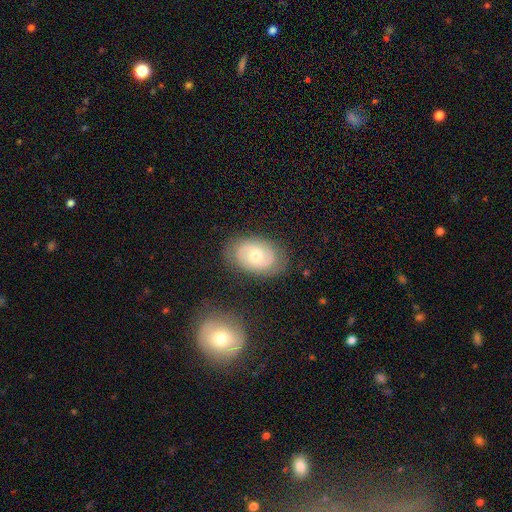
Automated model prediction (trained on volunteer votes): Smooth or featured? Predicted: featured or disk (p=0.65). Edge-on disk? Predicted: no (p=0.96). Bar? Predicted: no (p=0.65). Spiral arms? Predicted: yes (p=0.79). Bulge size? Predicted: moderate (p=0.59). Merging? Predicted: none (p=0.80).